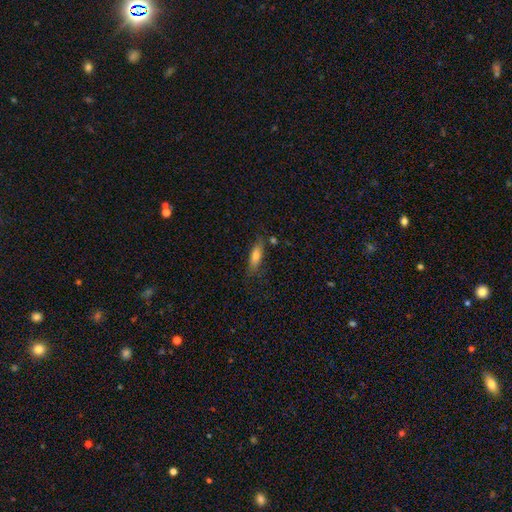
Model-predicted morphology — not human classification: A smooth galaxy with no disk features (74%) that is cigar-shaped (50%).

Vote fractions:
- Smooth or featured? smooth: 74% / featured or disk: 18% / star or artifact: 8%
- How rounded? cigar-shaped: 50% / in between: 48% / round: 2%
- Merging? none: 72% / minor disturbance: 19% / major disturbance: 5% / merger: 4%